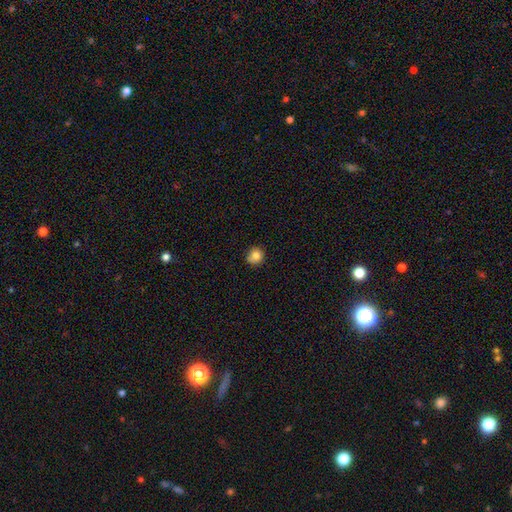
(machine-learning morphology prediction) Overall: smooth (83%). How rounded: round (90%). Merging: none (82%).